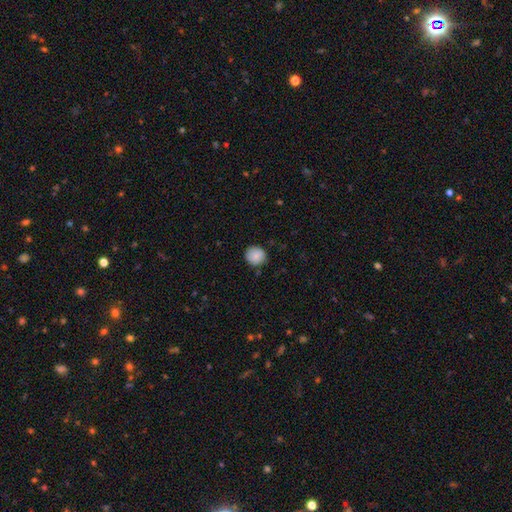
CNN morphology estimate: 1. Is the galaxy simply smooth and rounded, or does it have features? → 84% smooth, 8% featured or disk, 8% star or artifact.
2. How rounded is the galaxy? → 91% round, 8% in between, 1% cigar-shaped.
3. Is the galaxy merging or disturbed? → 84% none, 12% minor disturbance, 2% major disturbance, 1% merger.